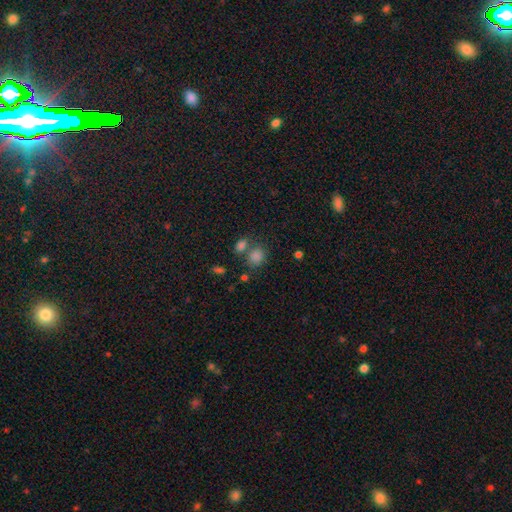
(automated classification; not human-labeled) Smooth or featured? smooth (78%)
How rounded? round (53%)
Merging? none (53%)